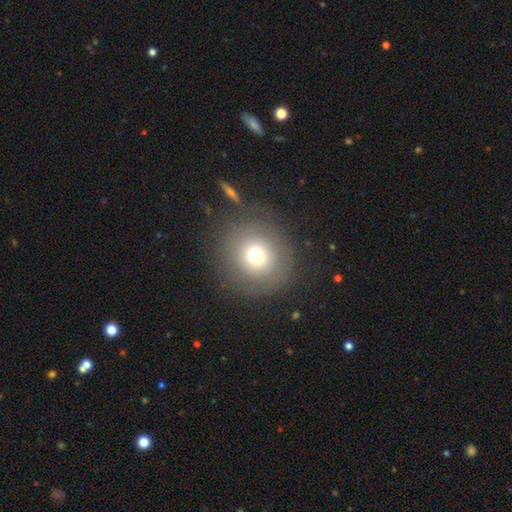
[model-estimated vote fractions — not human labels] smooth_or_featured: smooth (p=0.70) [alt: star or artifact p=0.15]
how_rounded: round (p=0.92) [alt: in between p=0.07]
merging: none (p=0.82) [alt: minor disturbance p=0.09]